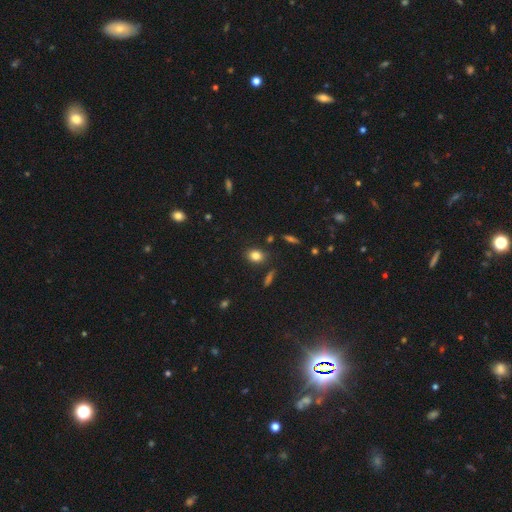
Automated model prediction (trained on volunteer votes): smooth_or_featured: smooth (p=0.83) [alt: star or artifact p=0.10]
how_rounded: in between (p=0.60) [alt: round p=0.38]
merging: none (p=0.82) [alt: minor disturbance p=0.12]